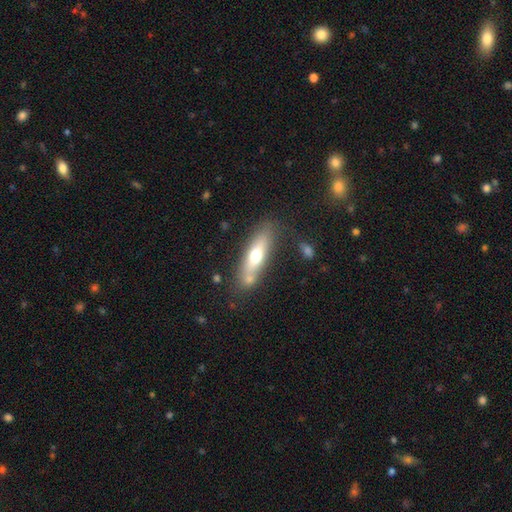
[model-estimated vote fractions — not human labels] Smooth or featured? smooth (55%)
How rounded? cigar-shaped (58%)
Merging? none (69%)